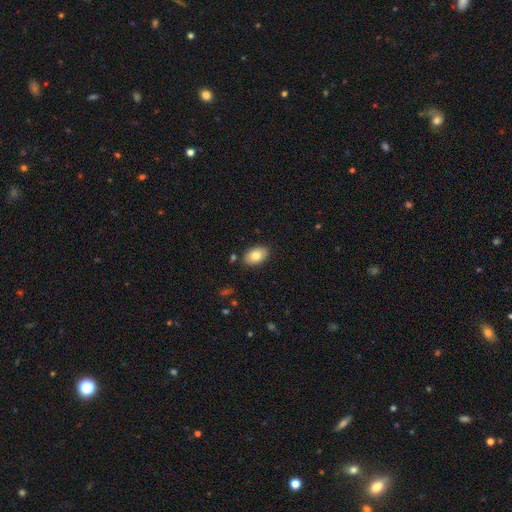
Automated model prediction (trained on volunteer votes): Smooth or featured?
  - smooth: 79% *
  - featured or disk: 13%
  - star or artifact: 7%
How rounded?
  - in between: 88% *
  - round: 11%
  - cigar-shaped: 1%
Merging?
  - none: 85% *
  - minor disturbance: 10%
  - major disturbance: 2%
  - merger: 2%